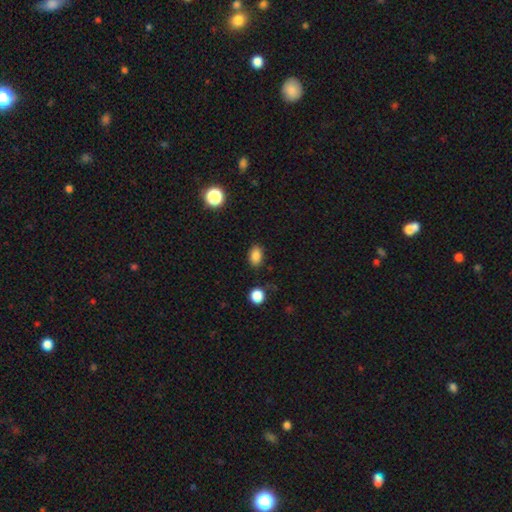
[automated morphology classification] This appears to be a smooth galaxy with no disk features (85%) that is in between round and cigar-shaped (84%). Merging: none (85%).